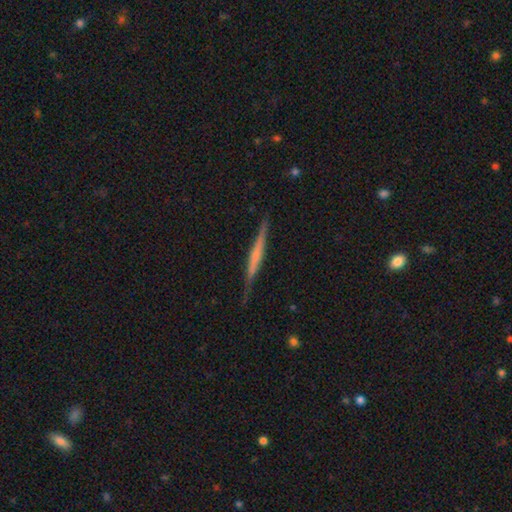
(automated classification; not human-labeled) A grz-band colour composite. It shows a featured or disk galaxy (60%) viewed edge-on (97%) with no central bulge (59%). Merging: none (84%).